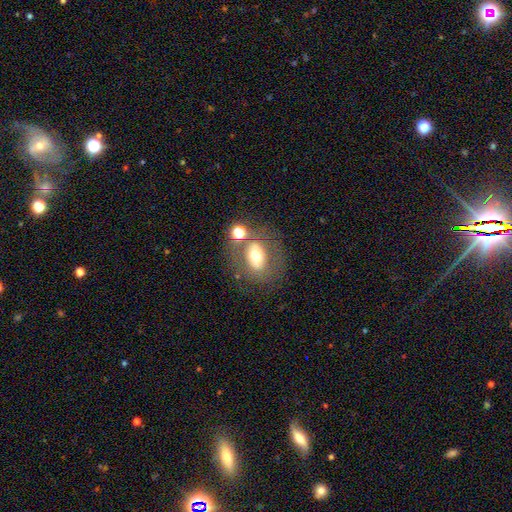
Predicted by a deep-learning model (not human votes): Smooth or featured: smooth — 52% (featured or disk — 37%)
How rounded: in between — 67% (round — 30%)
Merging: none — 59% (merger — 18%)